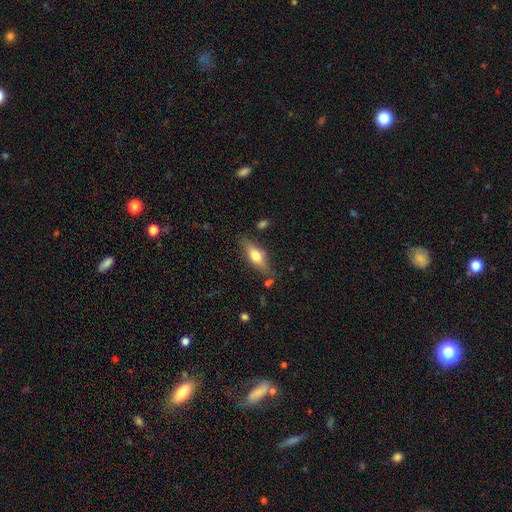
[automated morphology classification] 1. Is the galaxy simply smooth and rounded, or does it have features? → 60% smooth, 33% featured or disk, 7% star or artifact.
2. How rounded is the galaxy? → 63% in between, 34% cigar-shaped, 4% round.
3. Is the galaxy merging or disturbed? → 75% none, 16% minor disturbance, 4% merger, 4% major disturbance.